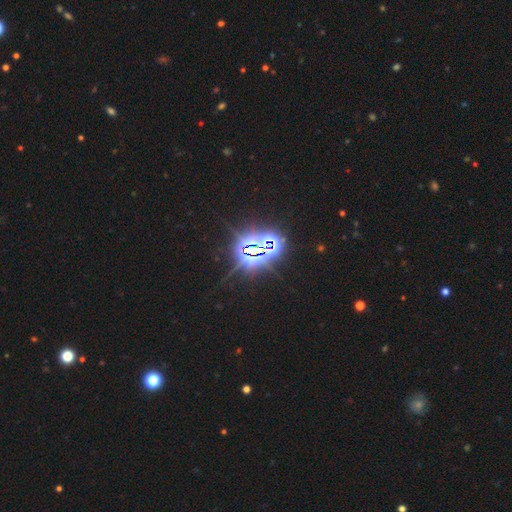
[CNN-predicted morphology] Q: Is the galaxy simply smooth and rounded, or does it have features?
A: star or artifact — 84%.